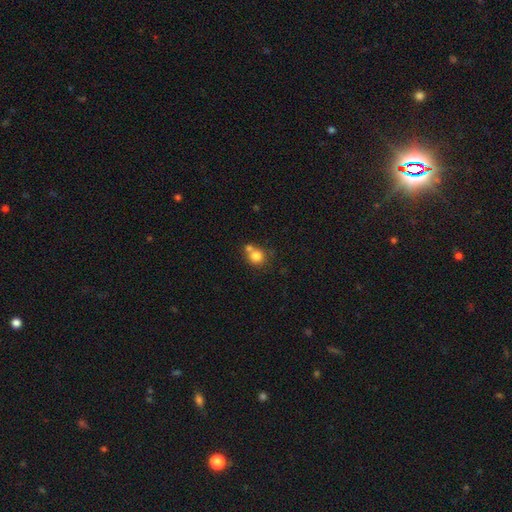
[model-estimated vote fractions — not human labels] Smooth or featured? Predicted: smooth (p=0.80). How rounded? Predicted: round (p=0.84). Merging? Predicted: none (p=0.47).